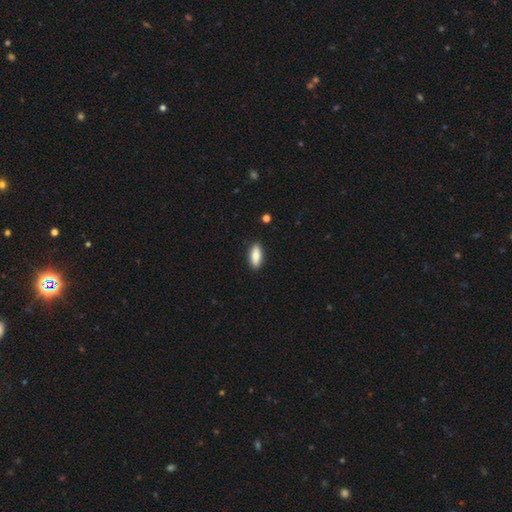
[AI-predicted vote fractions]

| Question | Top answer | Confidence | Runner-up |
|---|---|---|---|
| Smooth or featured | smooth | 85% | featured or disk (9%) |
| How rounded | in between | 78% | cigar-shaped (20%) |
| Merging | none | 89% | minor disturbance (8%) |